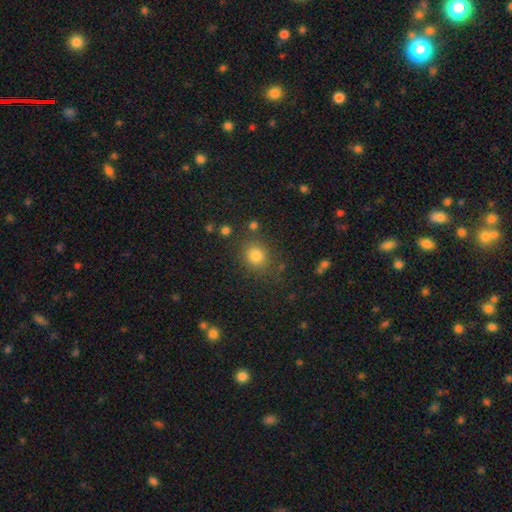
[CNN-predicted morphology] smooth_or_featured: smooth (p=0.80) [alt: star or artifact p=0.14]
how_rounded: round (p=0.80) [alt: in between p=0.19]
merging: none (p=0.80) [alt: minor disturbance p=0.11]